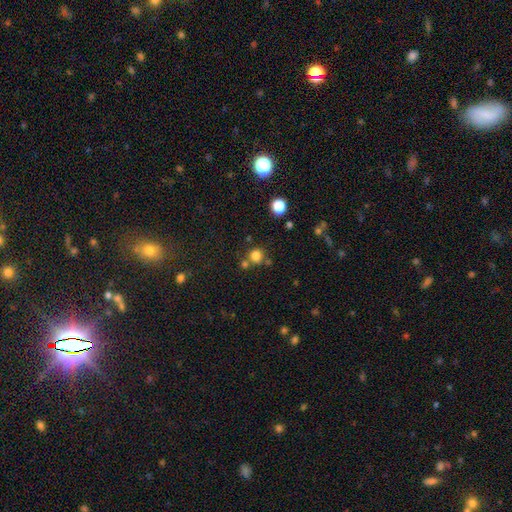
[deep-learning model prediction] smooth 79%, star or artifact 15%, featured or disk 6%. Down the decision tree: how rounded — round (88%); merging — none (67%).